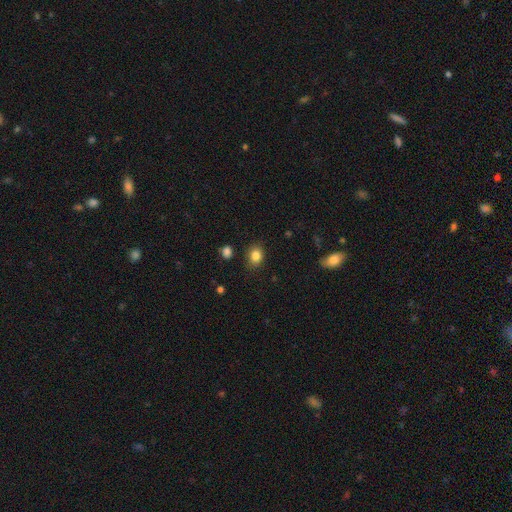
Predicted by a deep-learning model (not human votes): Smooth or featured: smooth — 84% (star or artifact — 10%)
How rounded: round — 56% (in between — 43%)
Merging: none — 83% (minor disturbance — 11%)